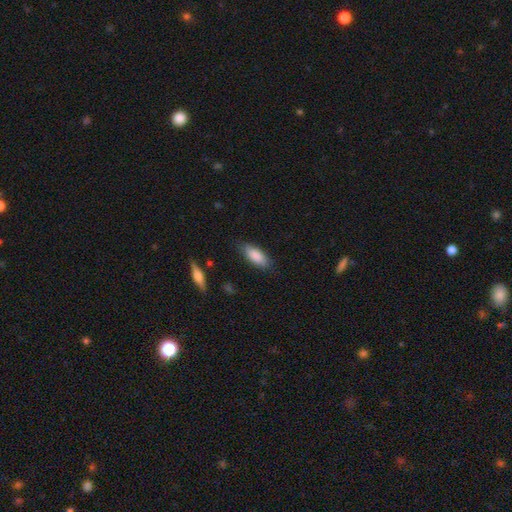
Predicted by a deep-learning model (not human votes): smooth-or-featured: smooth: 87% | featured or disk: 7% | star or artifact: 6%
  how-rounded: in between: 79% | cigar-shaped: 20% | round: 2%
  merging: none: 82% | minor disturbance: 14% | major disturbance: 3% | merger: 2%